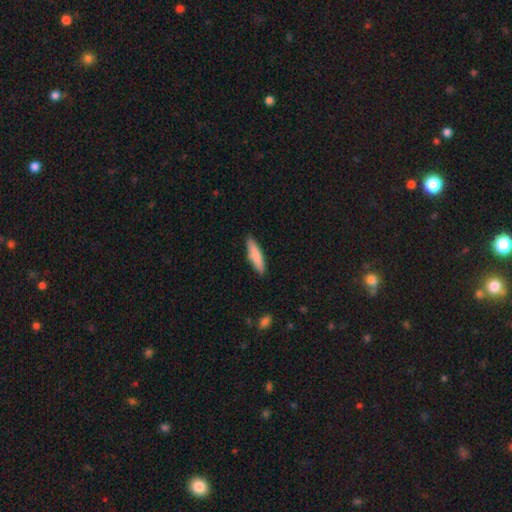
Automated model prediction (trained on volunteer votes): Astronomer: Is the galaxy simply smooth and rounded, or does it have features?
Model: smooth — 83%.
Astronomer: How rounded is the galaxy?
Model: cigar-shaped — 77%.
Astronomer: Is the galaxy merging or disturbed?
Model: none — 88%.